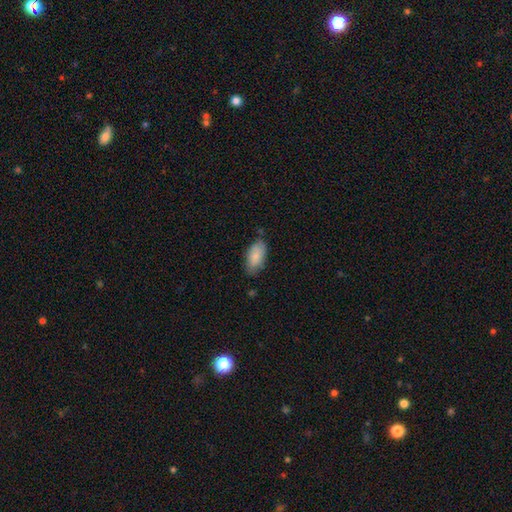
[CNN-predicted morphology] Overall: smooth (84%). How rounded: in between (93%). Merging: none (72%).